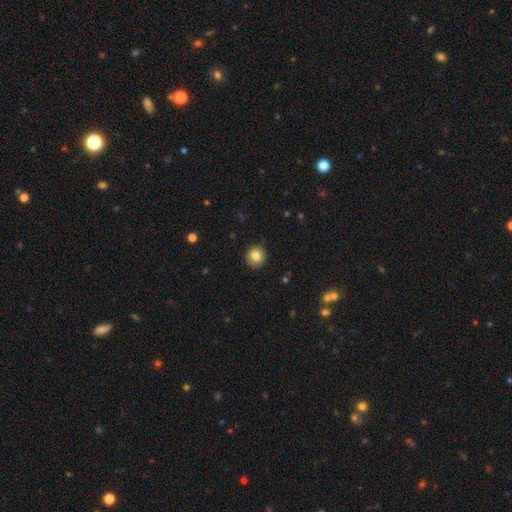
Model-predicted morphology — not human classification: A smooth galaxy with no disk features (83%) that is round (88%). Merging: none (91%).